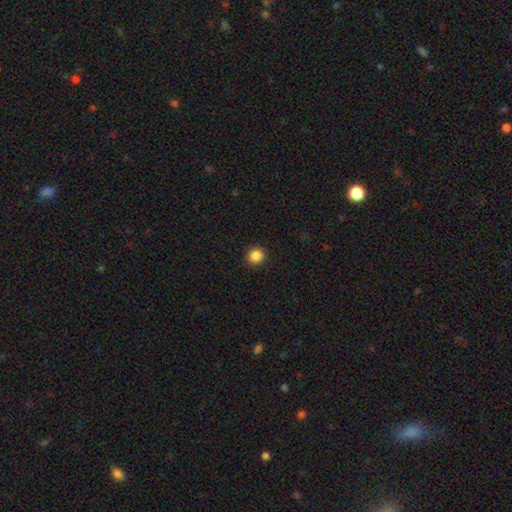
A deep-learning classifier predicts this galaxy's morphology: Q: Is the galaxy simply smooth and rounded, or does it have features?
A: smooth — 86%.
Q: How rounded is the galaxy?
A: round — 92%.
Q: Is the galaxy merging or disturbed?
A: none — 92%.